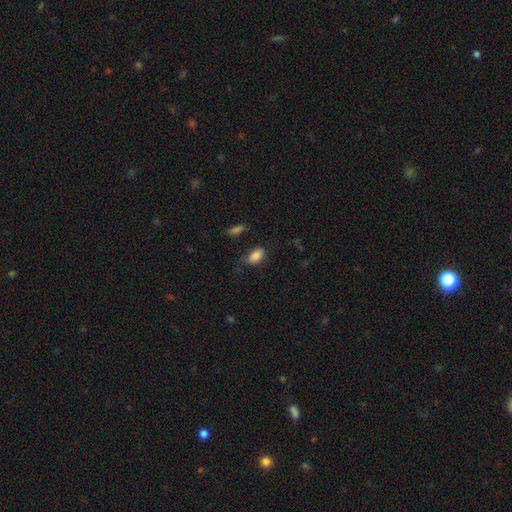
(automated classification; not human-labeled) smooth 86%, star or artifact 9%, featured or disk 5%. Down the decision tree: how rounded — in between (91%); merging — none (67%).